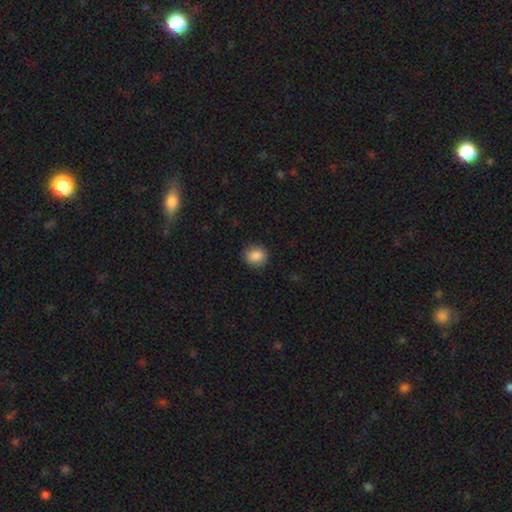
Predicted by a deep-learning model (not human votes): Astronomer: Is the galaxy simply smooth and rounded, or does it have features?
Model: smooth — 87%.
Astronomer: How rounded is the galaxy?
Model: round — 77%.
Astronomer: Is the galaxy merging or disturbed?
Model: none — 87%.